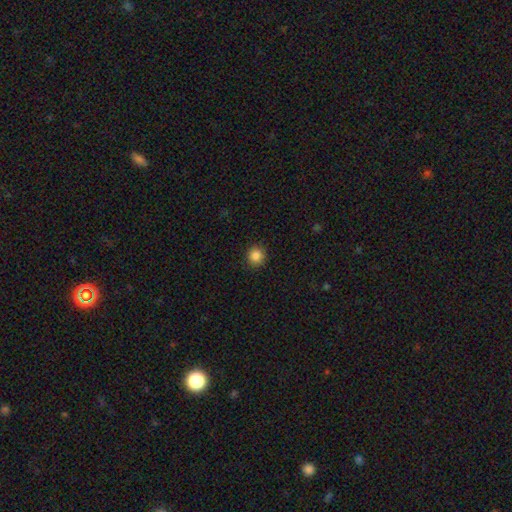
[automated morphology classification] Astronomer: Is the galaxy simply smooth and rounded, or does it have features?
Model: smooth — 87%.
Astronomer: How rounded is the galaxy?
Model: round — 91%.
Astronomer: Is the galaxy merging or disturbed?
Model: none — 91%.